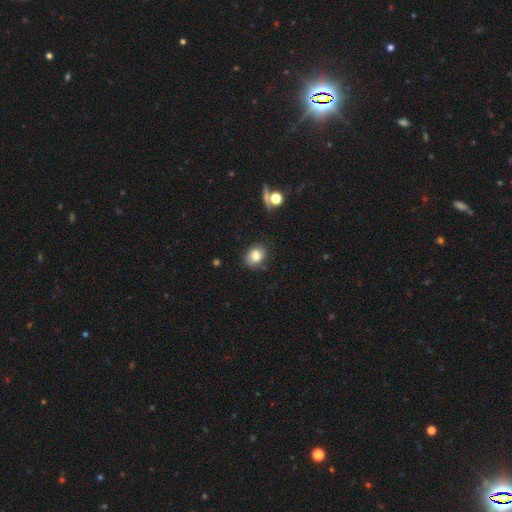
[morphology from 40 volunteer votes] Q: Smooth or featured?
A: smooth (70%); runner-up: featured or disk (25%)
Q: How rounded?
A: in between (68%); runner-up: round (29%)
Q: Merging?
A: none (66%); runner-up: minor disturbance (21%)